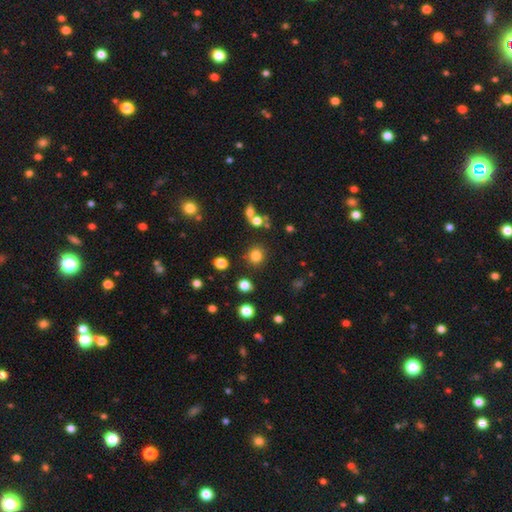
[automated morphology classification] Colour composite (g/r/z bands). It shows a smooth galaxy with no disk features (80%) that is round (90%). Merging: none (84%).